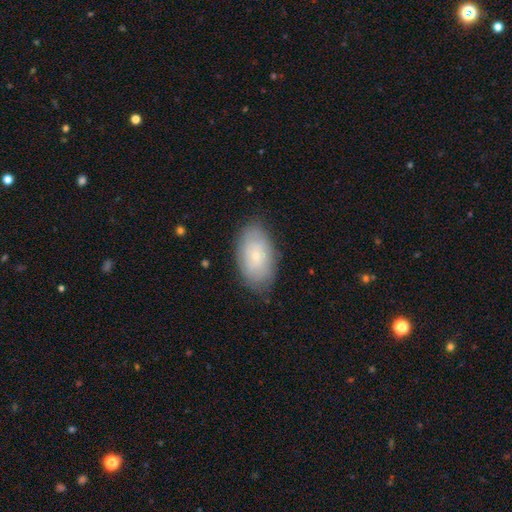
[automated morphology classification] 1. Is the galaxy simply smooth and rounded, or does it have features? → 58% smooth, 34% featured or disk, 8% star or artifact.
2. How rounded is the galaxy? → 92% in between, 6% round, 2% cigar-shaped.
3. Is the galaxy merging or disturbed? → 80% none, 15% minor disturbance, 4% major disturbance, 1% merger.